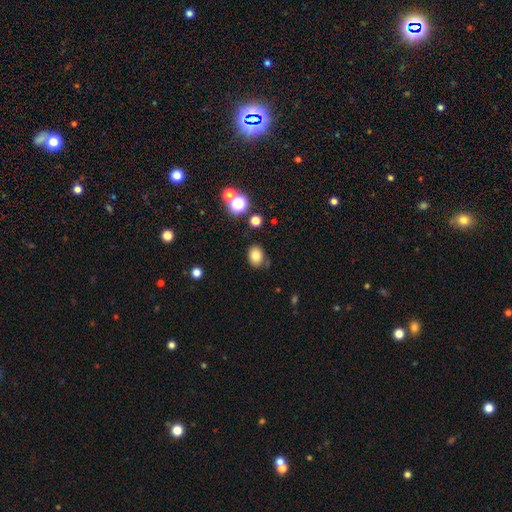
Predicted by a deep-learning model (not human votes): A smooth galaxy with no disk features (80%) that is in between round and cigar-shaped (57%). Merging: none (79%).